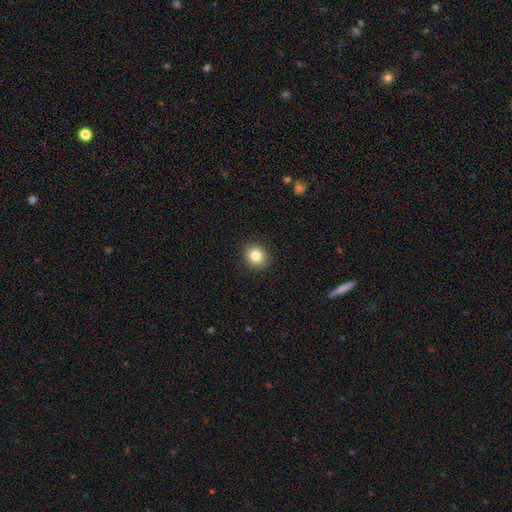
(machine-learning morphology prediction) smooth_or_featured: smooth (p=0.83) [alt: star or artifact p=0.10]
how_rounded: round (p=0.76) [alt: in between p=0.23]
merging: none (p=0.91) [alt: minor disturbance p=0.06]